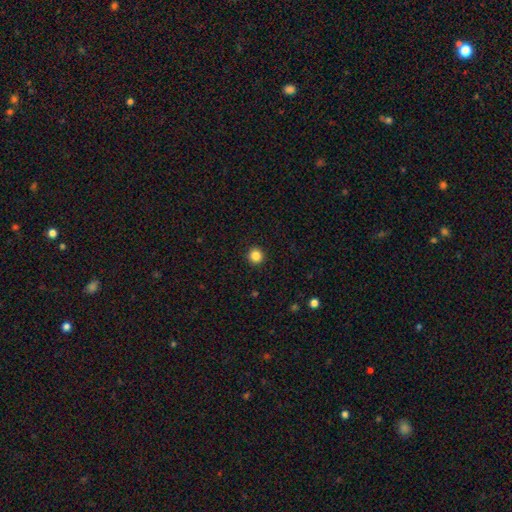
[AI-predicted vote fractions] The model was most divided on "smooth or featured": smooth: 85%, star or artifact: 11%, featured or disk: 4%. More confident: how rounded — round (94%); merging — none (93%).